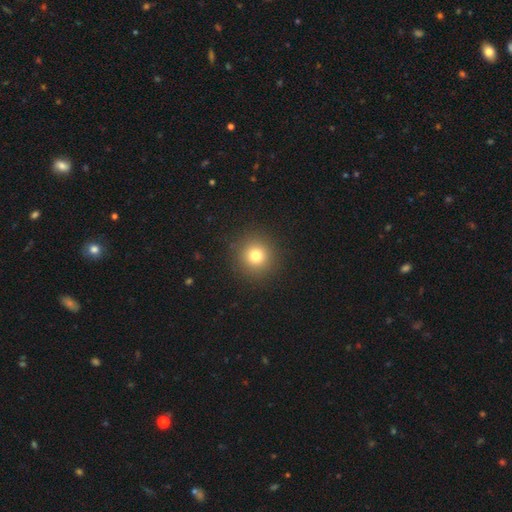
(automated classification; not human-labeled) smooth 77%, star or artifact 14%, featured or disk 9%. Down the decision tree: how rounded — round (95%); merging — none (91%).